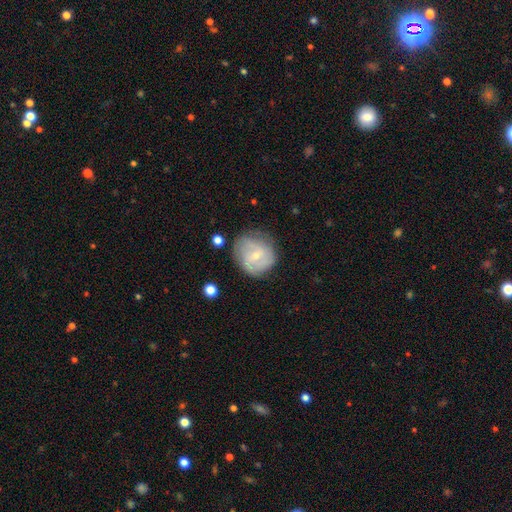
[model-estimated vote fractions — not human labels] featured or disk 62%, smooth 31%, star or artifact 7%. Down the decision tree: edge-on disk — no (97%); bar — no (61%); spiral arms — yes (83%); spiral arm count — can't tell (38%); spiral winding — tight (50%); bulge size — small (68%); merging — none (66%).